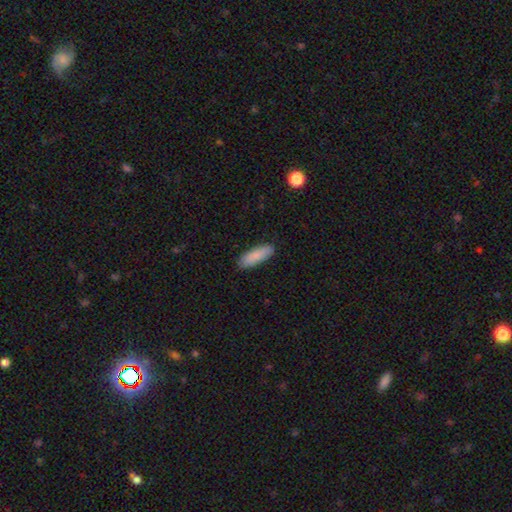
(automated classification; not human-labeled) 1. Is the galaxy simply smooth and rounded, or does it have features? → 88% smooth, 6% featured or disk, 6% star or artifact.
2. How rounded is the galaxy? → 51% in between, 47% cigar-shaped, 2% round.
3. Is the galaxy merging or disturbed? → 88% none, 9% minor disturbance, 2% major disturbance, 1% merger.